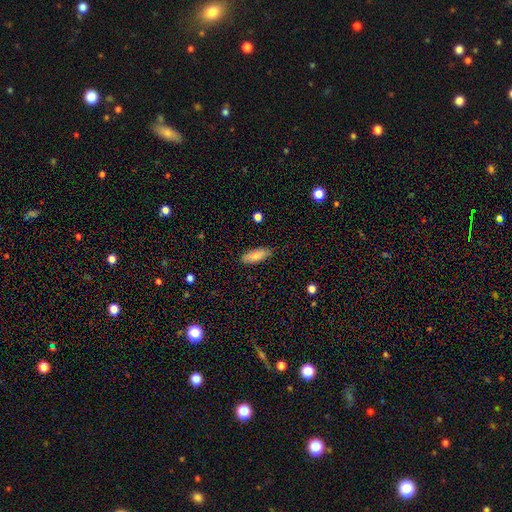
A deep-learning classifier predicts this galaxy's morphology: smooth_or_featured: smooth (p=0.81) [alt: featured or disk p=0.13]
how_rounded: in between (p=0.66) [alt: cigar-shaped p=0.32]
merging: none (p=0.84) [alt: minor disturbance p=0.12]